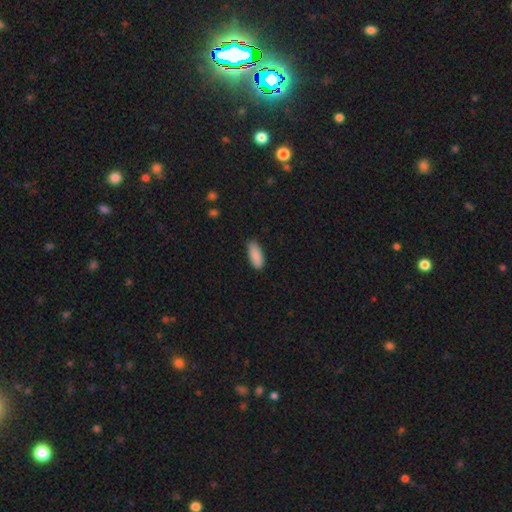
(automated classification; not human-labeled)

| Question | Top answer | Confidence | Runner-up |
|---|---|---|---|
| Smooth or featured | smooth | 90% | star or artifact (6%) |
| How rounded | in between | 79% | cigar-shaped (19%) |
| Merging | none | 85% | minor disturbance (12%) |